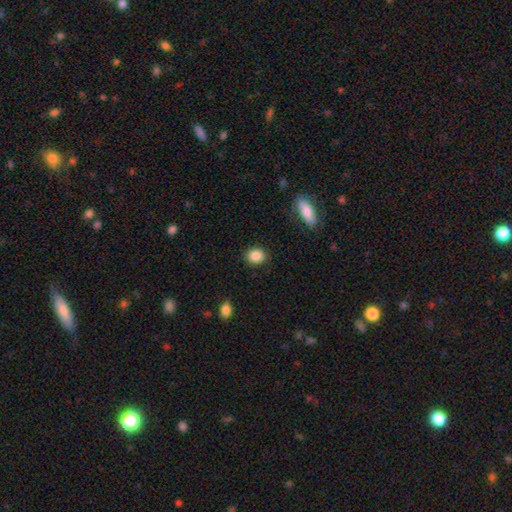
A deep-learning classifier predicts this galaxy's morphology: Smooth or featured? Predicted: smooth (p=0.87). How rounded? Predicted: round (p=0.63). Merging? Predicted: none (p=0.89).